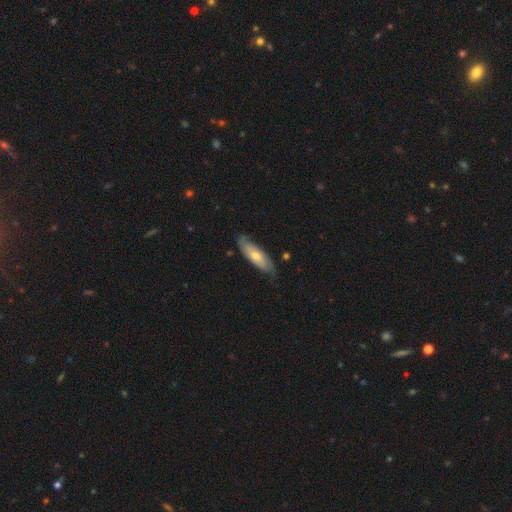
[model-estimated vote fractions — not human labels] The model was most divided on "how rounded": in between: 53%, cigar-shaped: 46%, round: 2%. More confident: merging — none (72%); smooth or featured — smooth (55%).